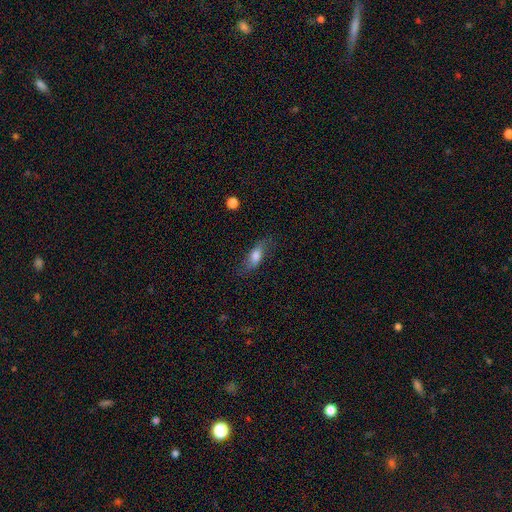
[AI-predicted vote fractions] Morphology: type=smooth (70%); roundness=in between (69%); merging=none (70%).